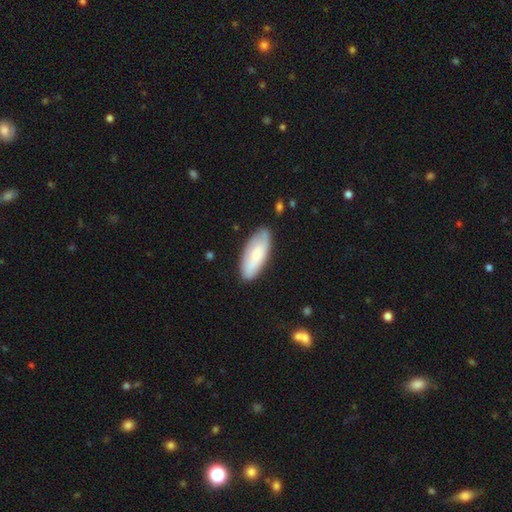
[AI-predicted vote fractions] This appears to be a smooth galaxy with no disk features (73%) that is in between round and cigar-shaped (78%). Merging: none (79%).